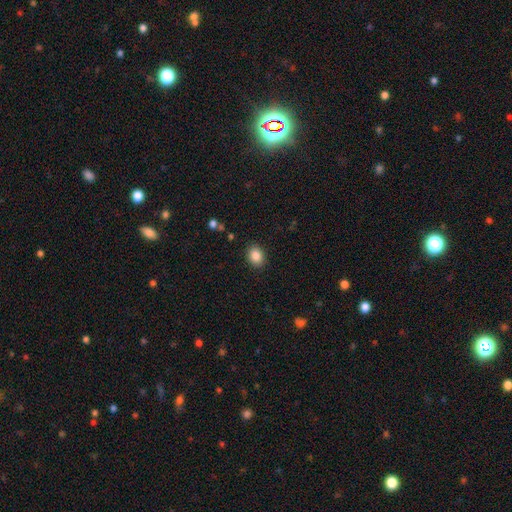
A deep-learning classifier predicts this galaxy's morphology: Smooth or featured? Predicted: smooth (p=0.86). How rounded? Predicted: in between (p=0.53). Merging? Predicted: none (p=0.89).